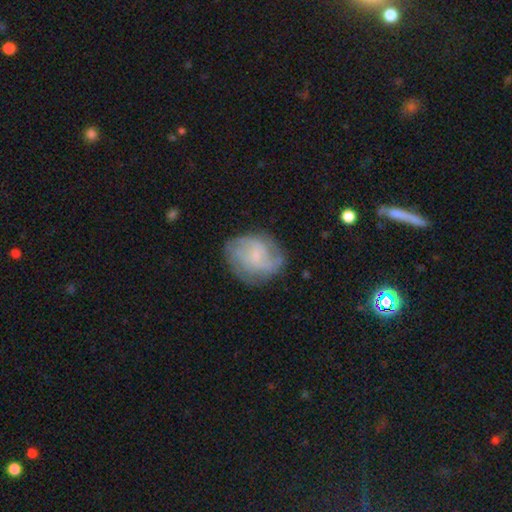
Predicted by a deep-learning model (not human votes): Morphology: type=featured or disk (68%); edge-on=no (98%); bar=no (55%); spiral arms=yes (91%); winding=medium (43%); arm count=can't tell (34%); bulge=small (68%); merging=none (71%).